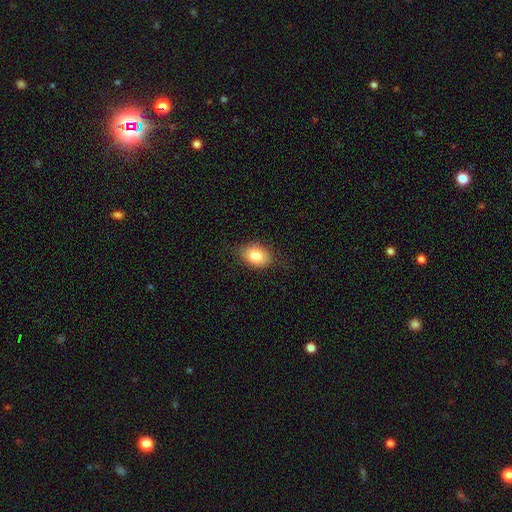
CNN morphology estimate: Smooth or featured: smooth — 82% (featured or disk — 9%)
How rounded: in between — 76% (round — 23%)
Merging: none — 79% (minor disturbance — 16%)